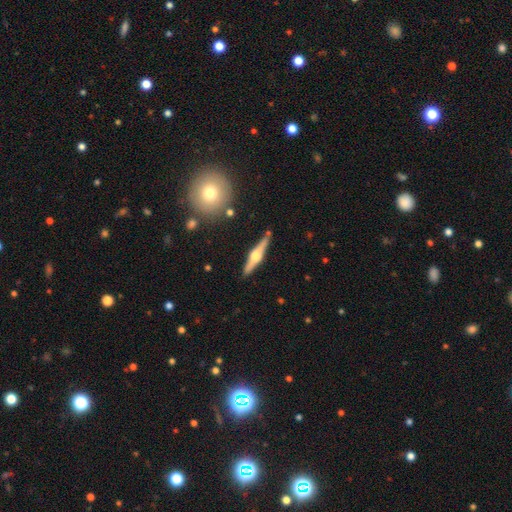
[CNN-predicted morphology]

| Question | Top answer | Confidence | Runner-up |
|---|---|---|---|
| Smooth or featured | featured or disk | 74% | smooth (20%) |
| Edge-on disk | yes | 97% | no (3%) |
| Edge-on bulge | rounded | 93% | boxy (5%) |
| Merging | none | 88% | minor disturbance (8%) |